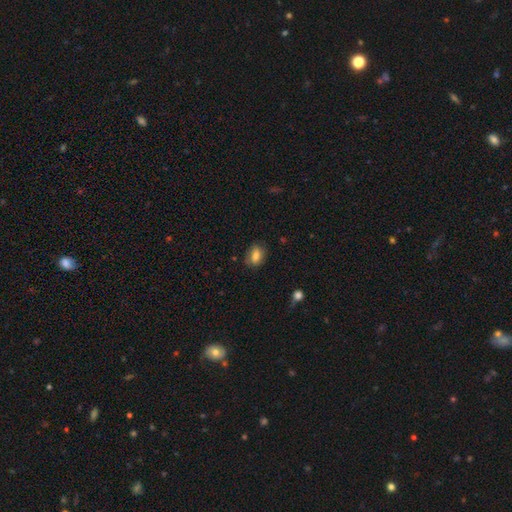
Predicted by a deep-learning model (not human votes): Smooth or featured: smooth — 79% (featured or disk — 12%)
How rounded: in between — 74% (round — 24%)
Merging: none — 77% (minor disturbance — 17%)